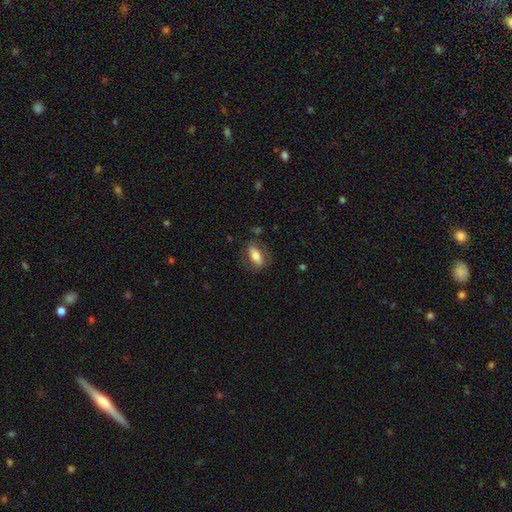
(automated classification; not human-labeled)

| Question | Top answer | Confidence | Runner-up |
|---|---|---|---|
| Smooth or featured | smooth | 67% | featured or disk (26%) |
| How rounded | in between | 75% | cigar-shaped (21%) |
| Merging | none | 72% | minor disturbance (18%) |